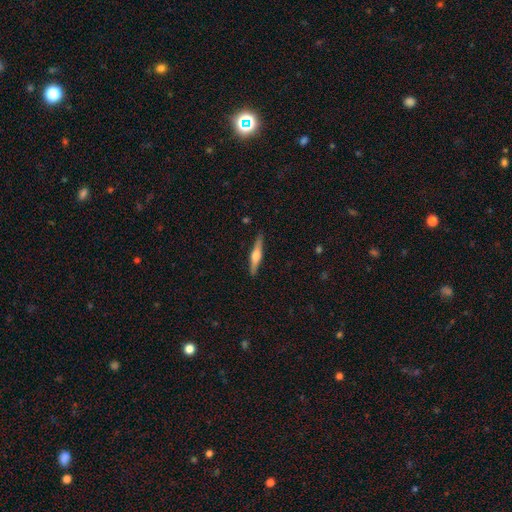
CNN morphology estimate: A featured or disk galaxy (59%) viewed edge-on (97%) with a rounded central bulge (88%).

Vote fractions:
- Smooth or featured? featured or disk: 59% / smooth: 35% / star or artifact: 6%
- Edge-on disk? yes: 97% / no: 3%
- Edge-on bulge? rounded: 88% / boxy: 7% / none: 5%
- Merging? none: 90% / minor disturbance: 8% / major disturbance: 2% / merger: 1%